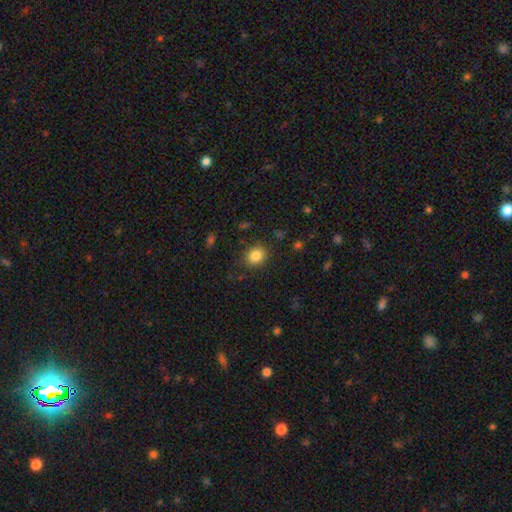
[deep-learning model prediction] Smooth or featured?
  - smooth: 84% *
  - star or artifact: 11%
  - featured or disk: 5%
How rounded?
  - round: 65% *
  - in between: 34%
  - cigar-shaped: 1%
Merging?
  - none: 84% *
  - minor disturbance: 11%
  - major disturbance: 3%
  - merger: 1%